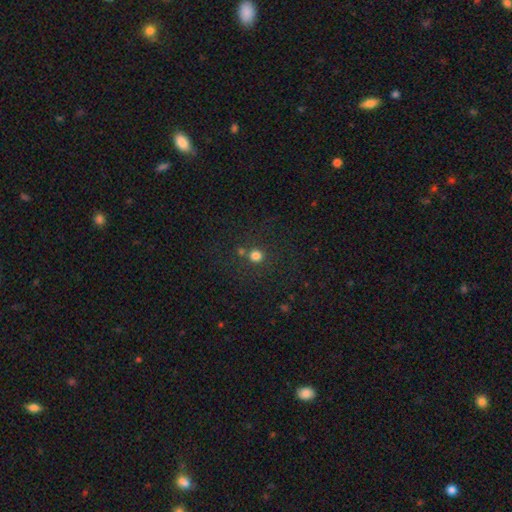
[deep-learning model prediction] A smooth galaxy with no disk features (78%) that is round (92%).

Vote fractions:
- Smooth or featured? smooth: 78% / star or artifact: 17% / featured or disk: 6%
- How rounded? round: 92% / in between: 7% / cigar-shaped: 1%
- Merging? none: 74% / merger: 15% / minor disturbance: 8% / major disturbance: 4%